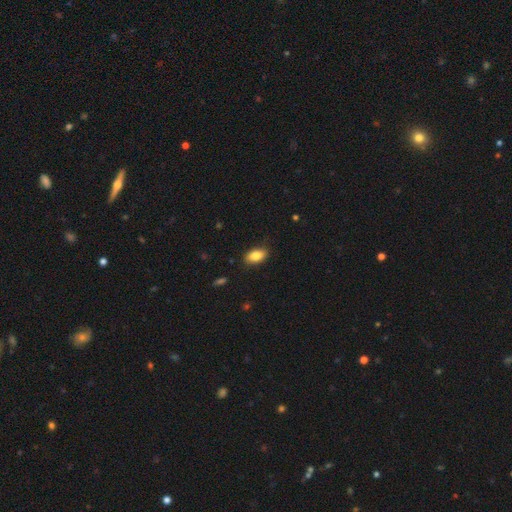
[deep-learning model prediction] A smooth galaxy with no disk features (85%) that is in between round and cigar-shaped (91%). Merging: none (86%).